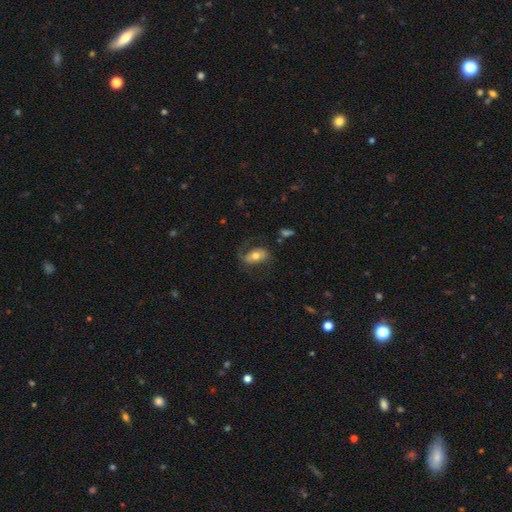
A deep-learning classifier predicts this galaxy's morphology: The model was most divided on "smooth or featured": featured or disk: 47%, smooth: 45%, star or artifact: 8%. More confident: merging — none (56%).